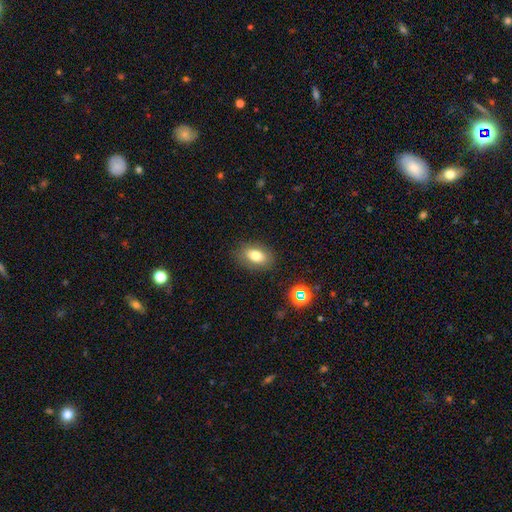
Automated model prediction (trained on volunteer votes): Smooth or featured: smooth — 77% (featured or disk — 12%)
How rounded: in between — 86% (round — 12%)
Merging: none — 85% (minor disturbance — 10%)